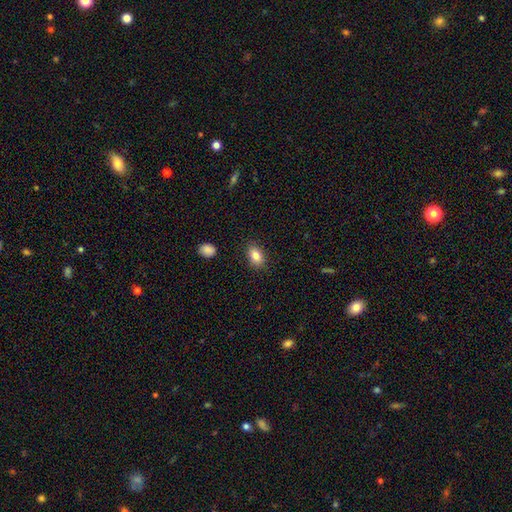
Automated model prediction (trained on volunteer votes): Smooth or featured?
  - smooth: 84% *
  - star or artifact: 8%
  - featured or disk: 8%
How rounded?
  - in between: 86% *
  - round: 12%
  - cigar-shaped: 2%
Merging?
  - none: 86% *
  - minor disturbance: 10%
  - major disturbance: 2%
  - merger: 1%